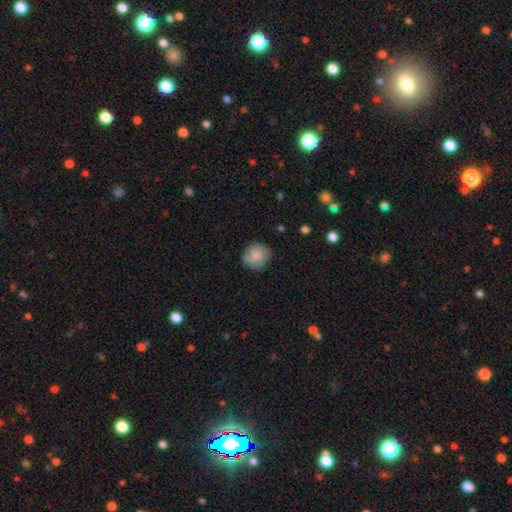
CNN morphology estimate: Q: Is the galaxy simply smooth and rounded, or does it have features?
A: smooth — 82%.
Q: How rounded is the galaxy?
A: round — 89%.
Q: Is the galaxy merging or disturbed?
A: none — 81%.